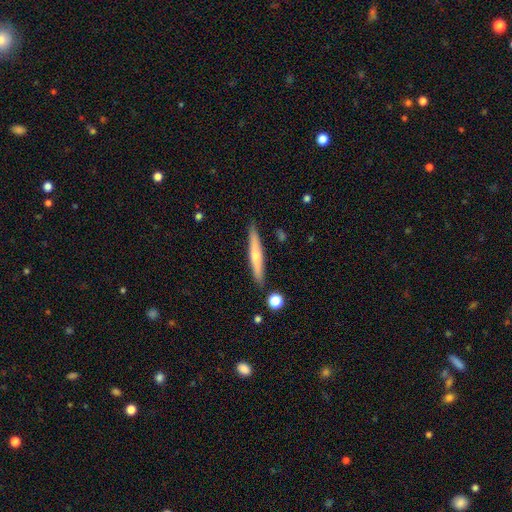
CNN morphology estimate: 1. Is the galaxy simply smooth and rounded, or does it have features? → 57% featured or disk, 35% smooth, 7% star or artifact.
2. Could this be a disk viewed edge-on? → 95% yes, 5% no.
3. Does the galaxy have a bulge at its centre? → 77% rounded, 19% none, 5% boxy.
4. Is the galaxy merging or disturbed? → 87% none, 9% minor disturbance, 2% merger, 2% major disturbance.